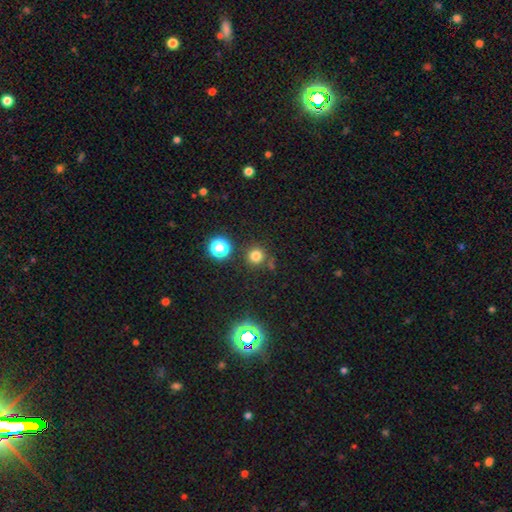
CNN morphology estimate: Overall: smooth (74%). How rounded: round (94%). Merging: none (83%).